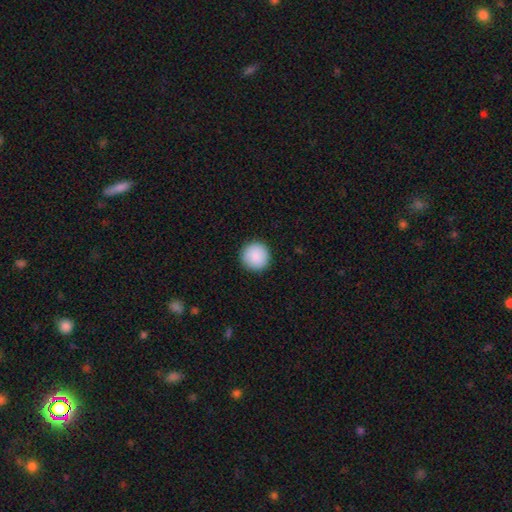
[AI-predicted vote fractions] Overall: smooth (90%). How rounded: round (95%). Merging: none (92%).